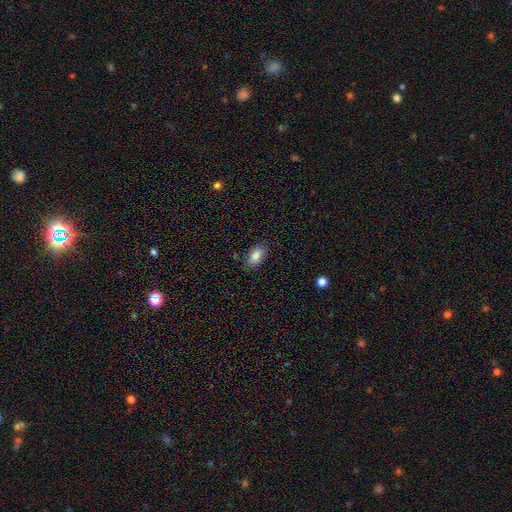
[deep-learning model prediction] Overall: smooth (86%). How rounded: in between (92%). Merging: none (83%).